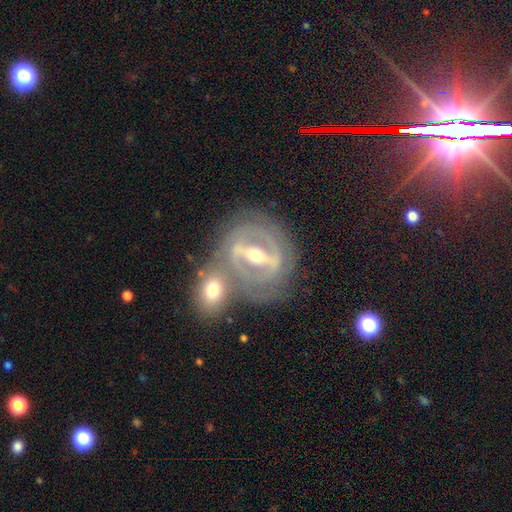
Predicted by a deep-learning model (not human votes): This is clearly a featured or disk galaxy (85%). It is clearly not viewed edge-on (90%). Bar: likely strong (76%). Spiral arm pattern: likely yes (70%). Spiral arm count: likely 2 (62%). Spiral winding: likely tight (61%). Central bulge: likely moderate (70%). Merging: possibly none (54%).